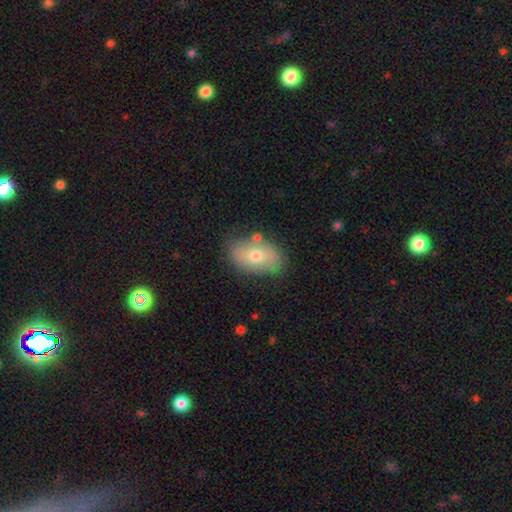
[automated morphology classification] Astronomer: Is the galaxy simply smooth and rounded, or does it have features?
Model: smooth — 63%.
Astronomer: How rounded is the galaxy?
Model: in between — 90%.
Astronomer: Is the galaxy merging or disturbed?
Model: none — 75%.